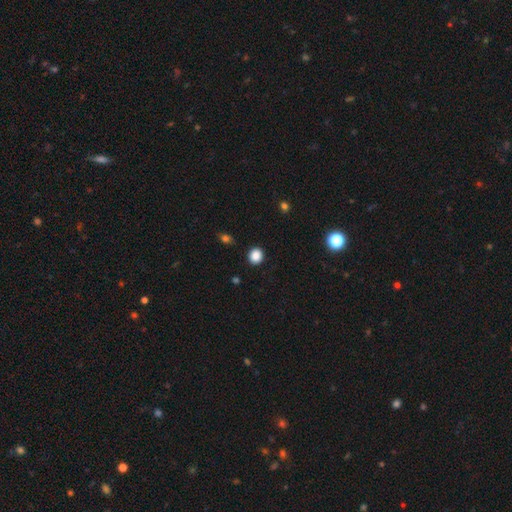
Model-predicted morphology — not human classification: The model was most divided on "how rounded": round: 80%, in between: 19%, cigar-shaped: 1%. More confident: merging — none (91%); smooth or featured — smooth (87%).